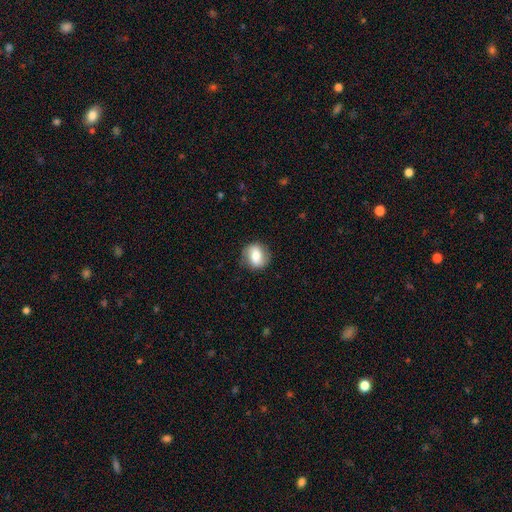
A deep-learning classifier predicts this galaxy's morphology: The model was most divided on "smooth or featured": smooth: 57%, featured or disk: 35%, star or artifact: 8%. More confident: merging — none (84%); how rounded — round (71%).